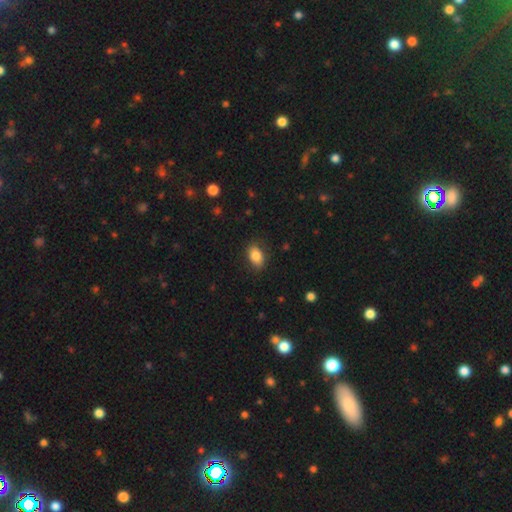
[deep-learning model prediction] smooth-or-featured: smooth: 84% | star or artifact: 8% | featured or disk: 8%
  how-rounded: in between: 86% | round: 12% | cigar-shaped: 2%
  merging: none: 81% | minor disturbance: 14% | major disturbance: 4% | merger: 1%